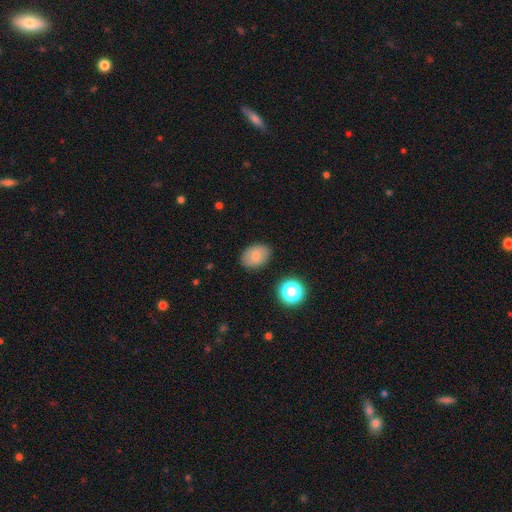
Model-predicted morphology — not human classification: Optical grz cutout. It shows a smooth galaxy with no disk features (74%) that is in between round and cigar-shaped (74%). Merging: none (85%).